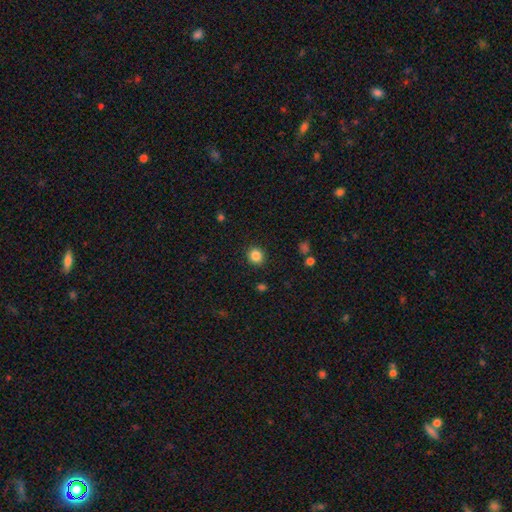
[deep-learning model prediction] A smooth galaxy with no disk features (85%) that is round (84%). Merging: none (90%).